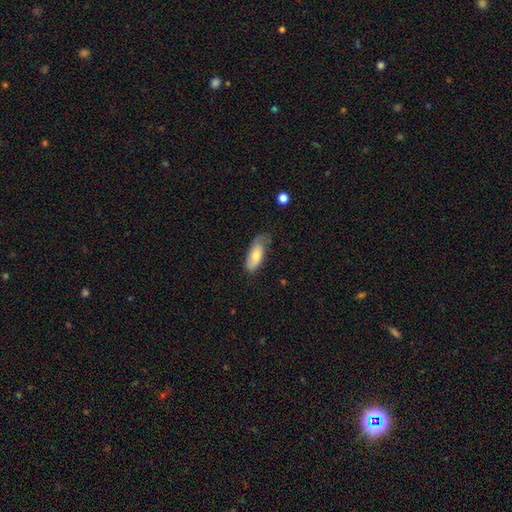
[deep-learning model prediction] smooth_or_featured: smooth (p=0.72) [alt: featured or disk p=0.22]
how_rounded: in between (p=0.77) [alt: cigar-shaped p=0.21]
merging: none (p=0.51) [alt: minor disturbance p=0.36]